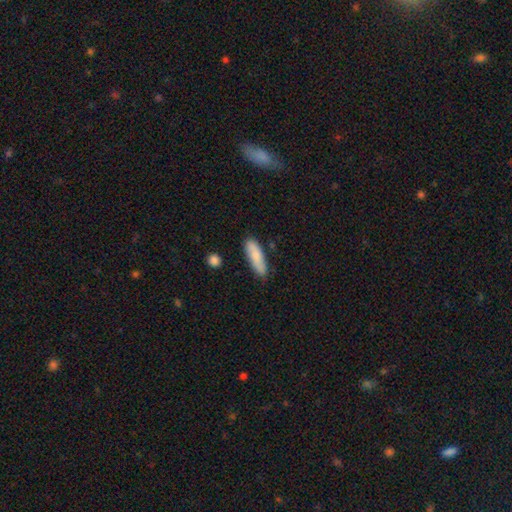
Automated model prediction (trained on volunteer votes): Morphology: type=smooth (82%); roundness=cigar-shaped (52%); merging=none (81%).